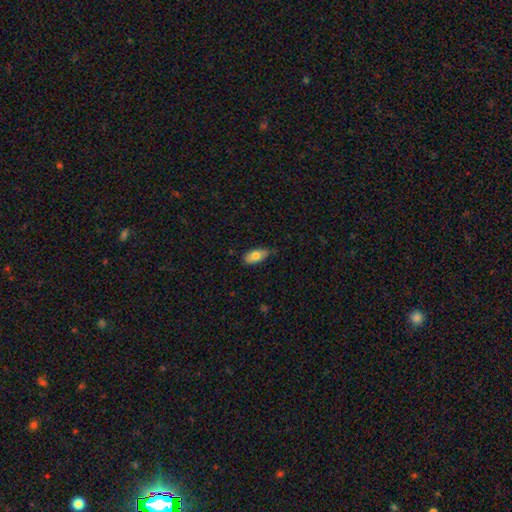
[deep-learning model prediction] Morphology: type=smooth (75%); roundness=in between (91%); merging=none (73%).